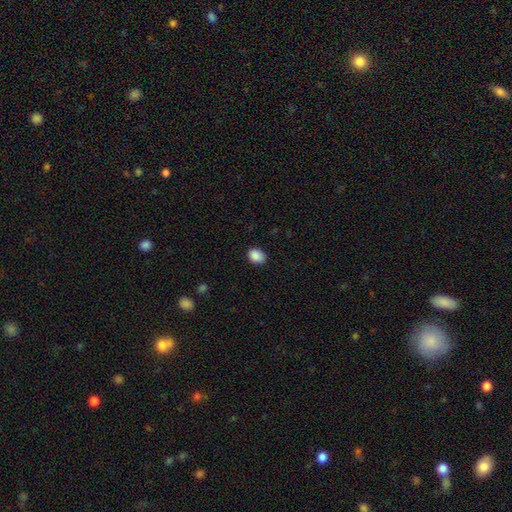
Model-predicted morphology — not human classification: A smooth galaxy with no disk features (89%) that is in between round and cigar-shaped (58%).

Vote fractions:
- Smooth or featured? smooth: 89% / star or artifact: 8% / featured or disk: 3%
- How rounded? in between: 58% / round: 41% / cigar-shaped: 1%
- Merging? none: 85% / minor disturbance: 11% / major disturbance: 2% / merger: 1%